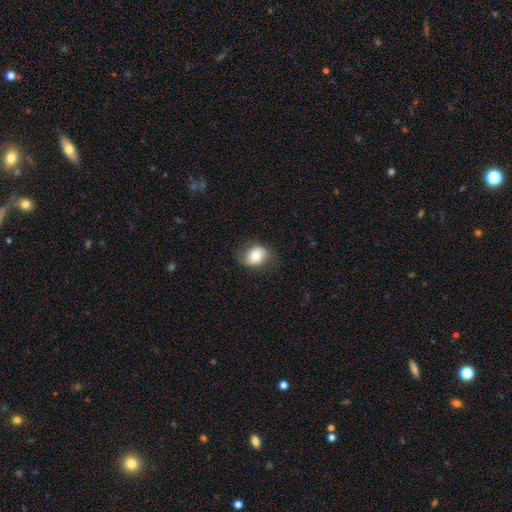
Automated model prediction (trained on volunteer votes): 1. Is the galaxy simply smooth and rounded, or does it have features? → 65% smooth, 27% featured or disk, 8% star or artifact.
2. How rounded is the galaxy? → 57% in between, 42% round, 1% cigar-shaped.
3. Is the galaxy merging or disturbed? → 74% none, 19% minor disturbance, 6% major disturbance, 1% merger.